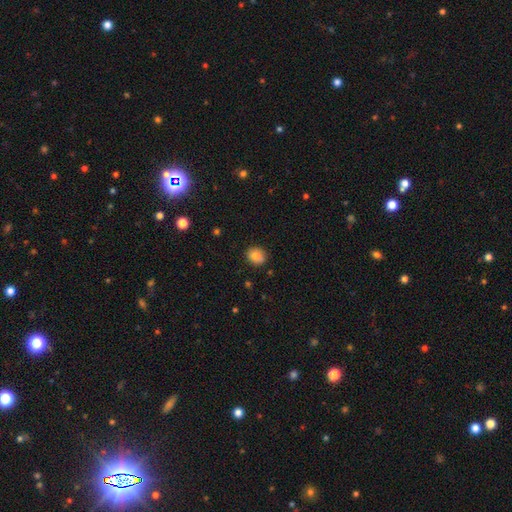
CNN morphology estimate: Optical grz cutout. It shows a smooth galaxy with no disk features (82%) that is round (61%). Merging: none (87%).